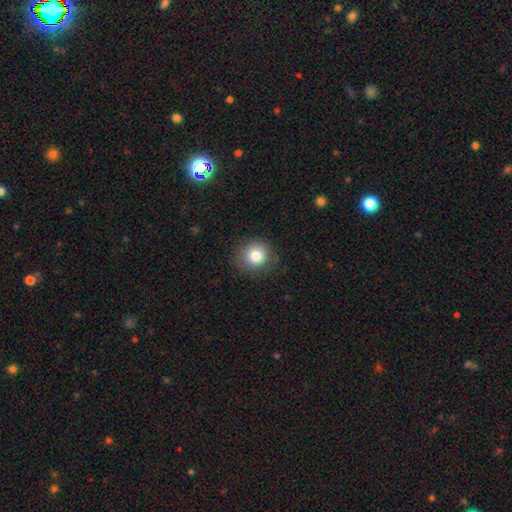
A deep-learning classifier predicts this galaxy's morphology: Smooth or featured? Predicted: smooth (p=0.81). How rounded? Predicted: round (p=0.90). Merging? Predicted: none (p=0.84).